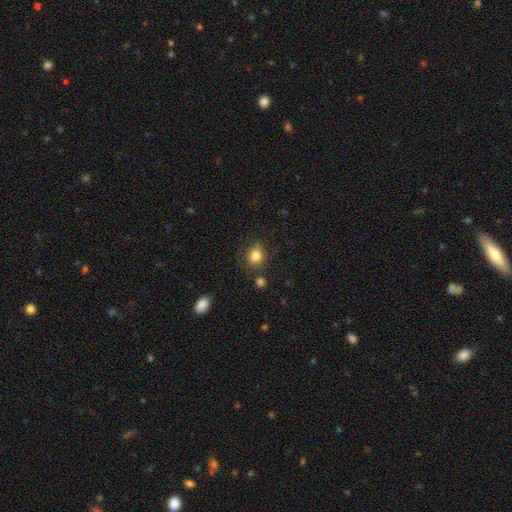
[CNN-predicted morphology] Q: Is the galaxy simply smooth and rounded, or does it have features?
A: smooth — 84%.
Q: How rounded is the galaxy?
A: round — 62%.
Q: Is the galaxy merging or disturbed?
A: none — 81%.